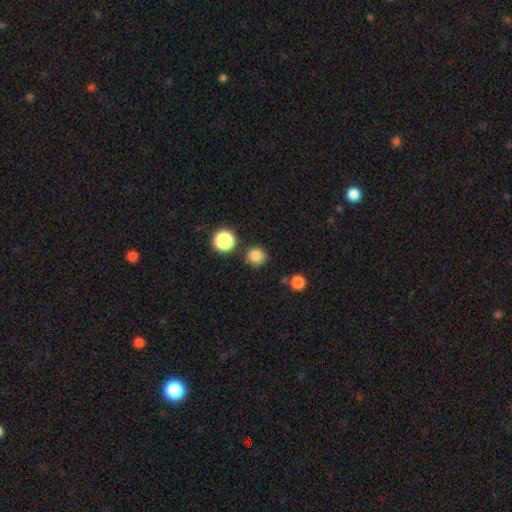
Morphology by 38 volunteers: A smooth galaxy with no disk features (95%) that is round (94%). Merging: none (94%).